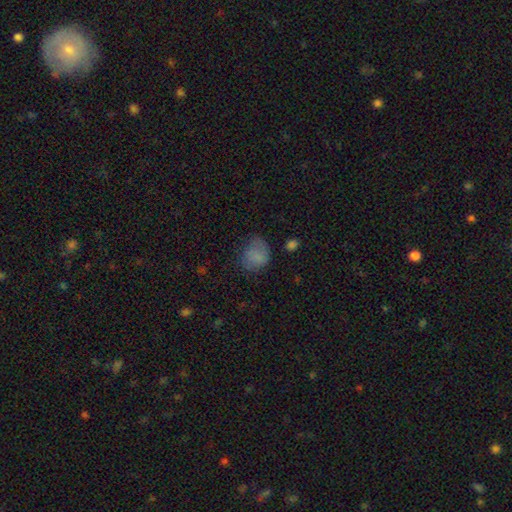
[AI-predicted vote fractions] Smooth or featured?
  - smooth: 74% *
  - featured or disk: 16%
  - star or artifact: 10%
How rounded?
  - round: 58% *
  - in between: 41%
  - cigar-shaped: 1%
Merging?
  - none: 53% *
  - minor disturbance: 31%
  - major disturbance: 14%
  - merger: 3%